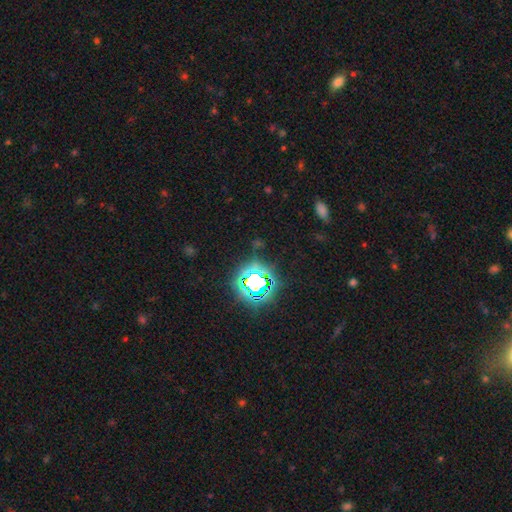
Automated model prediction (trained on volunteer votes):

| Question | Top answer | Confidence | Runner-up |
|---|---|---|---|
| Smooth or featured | star or artifact | 77% | smooth (15%) |